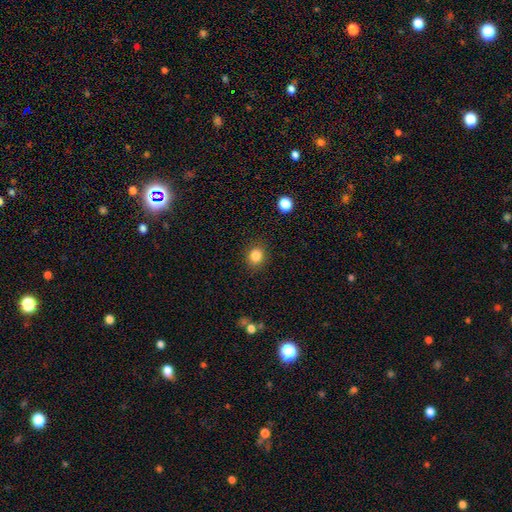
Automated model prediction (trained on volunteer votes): Overall: smooth (84%). How rounded: round (75%). Merging: none (89%).